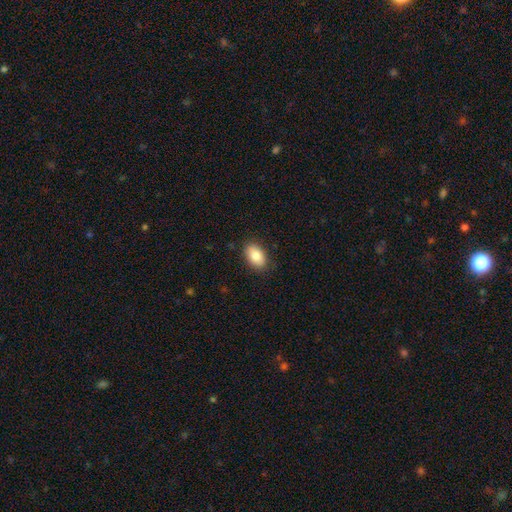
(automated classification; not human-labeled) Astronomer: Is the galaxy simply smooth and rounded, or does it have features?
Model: smooth — 85%.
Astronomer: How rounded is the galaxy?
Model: in between — 90%.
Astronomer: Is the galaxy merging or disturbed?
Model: none — 87%.